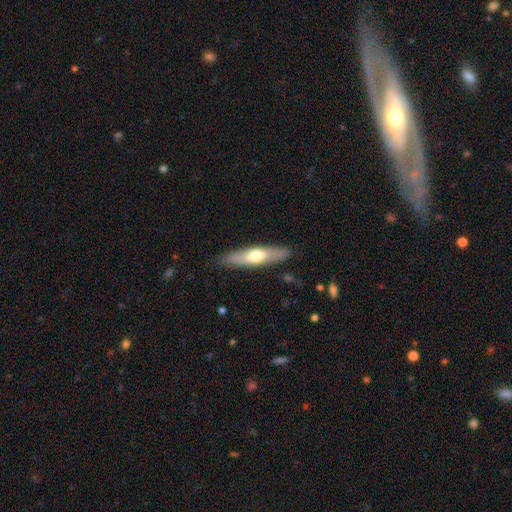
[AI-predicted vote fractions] Smooth or featured? Predicted: smooth (p=0.55). How rounded? Predicted: cigar-shaped (p=0.76). Merging? Predicted: none (p=0.86).